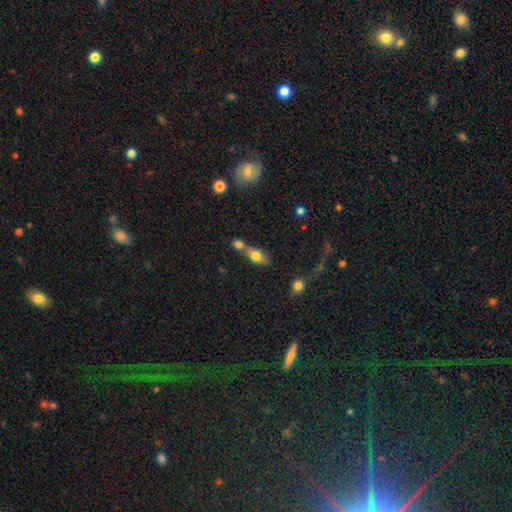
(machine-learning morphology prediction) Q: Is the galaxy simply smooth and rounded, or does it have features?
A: smooth — 74%.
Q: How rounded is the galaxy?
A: in between — 74%.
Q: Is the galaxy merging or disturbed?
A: merger — 56%.